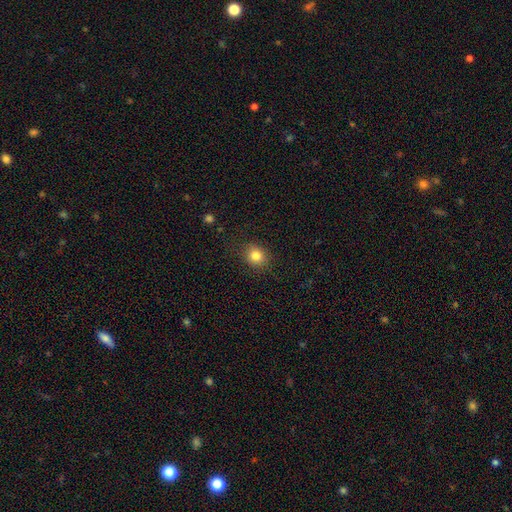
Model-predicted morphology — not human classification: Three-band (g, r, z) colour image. It shows a smooth galaxy with no disk features (82%) that is round (73%). Merging: none (86%).